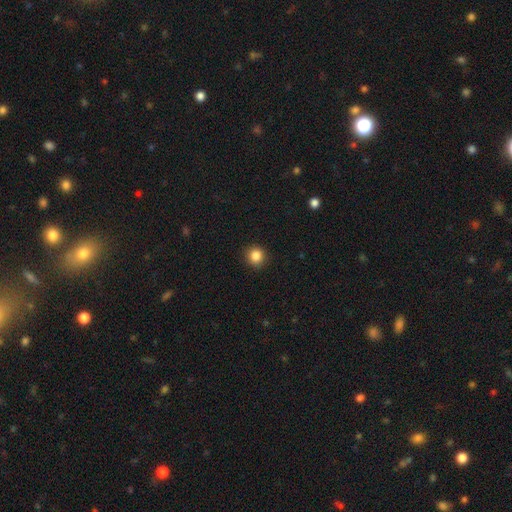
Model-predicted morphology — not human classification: Smooth or featured: smooth — 85% (star or artifact — 11%)
How rounded: round — 92% (in between — 7%)
Merging: none — 92% (minor disturbance — 6%)